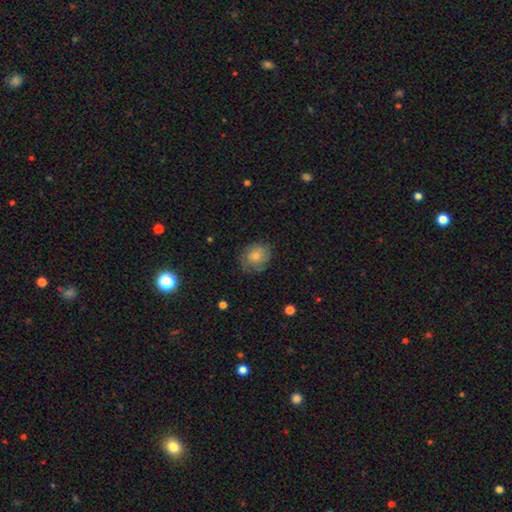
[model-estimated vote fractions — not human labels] smooth-or-featured: smooth: 48% | featured or disk: 40% | star or artifact: 12%
  merging: none: 75% | minor disturbance: 18% | major disturbance: 5% | merger: 1%